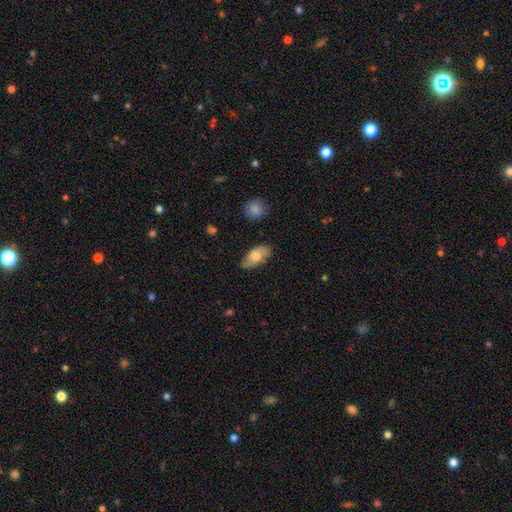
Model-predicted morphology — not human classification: The model was most divided on "smooth or featured": smooth: 67%, featured or disk: 27%, star or artifact: 6%. More confident: how rounded — in between (91%); merging — none (77%).